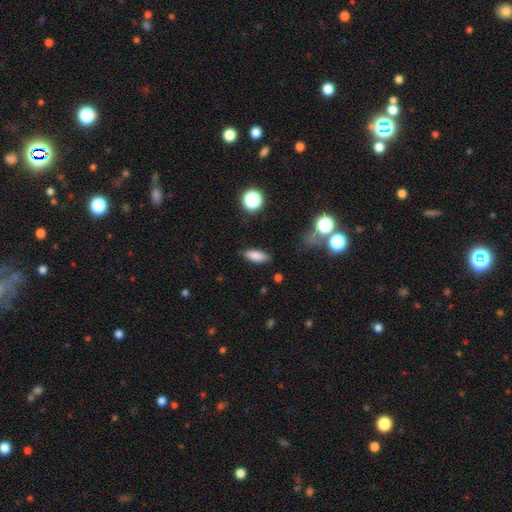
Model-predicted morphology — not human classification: Smooth or featured: smooth — 81% (featured or disk — 10%)
How rounded: in between — 75% (cigar-shaped — 21%)
Merging: none — 82% (minor disturbance — 13%)